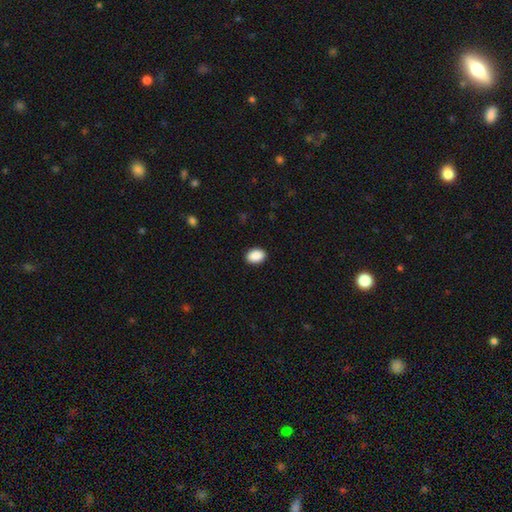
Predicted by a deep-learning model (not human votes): Smooth or featured? Predicted: smooth (p=0.90). How rounded? Predicted: in between (p=0.80). Merging? Predicted: none (p=0.91).